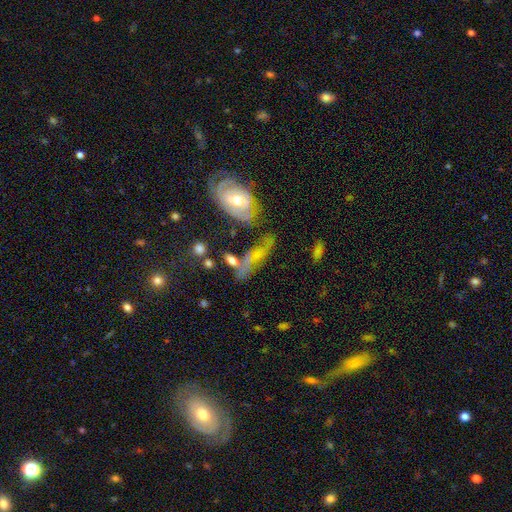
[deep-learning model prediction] Smooth or featured: featured or disk — 51% (smooth — 35%)
Edge-on disk: no — 76% (yes — 24%)
Merging: none — 41% (minor disturbance — 22%)